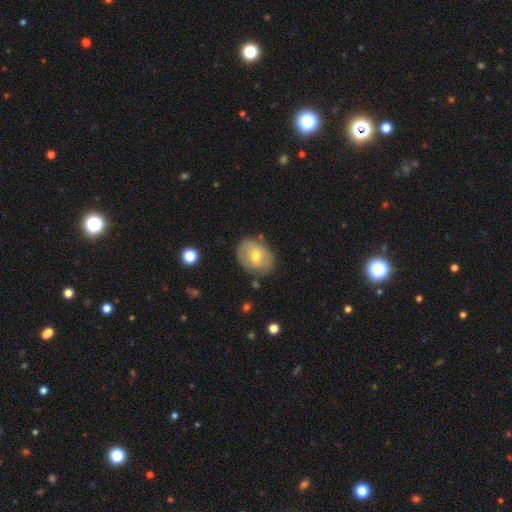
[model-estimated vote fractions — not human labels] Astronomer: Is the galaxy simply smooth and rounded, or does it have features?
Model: smooth — 55% (runner-up: featured or disk, 37%).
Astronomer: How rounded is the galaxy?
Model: in between — 58% (runner-up: round, 41%).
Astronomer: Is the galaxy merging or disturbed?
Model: none — 74%.